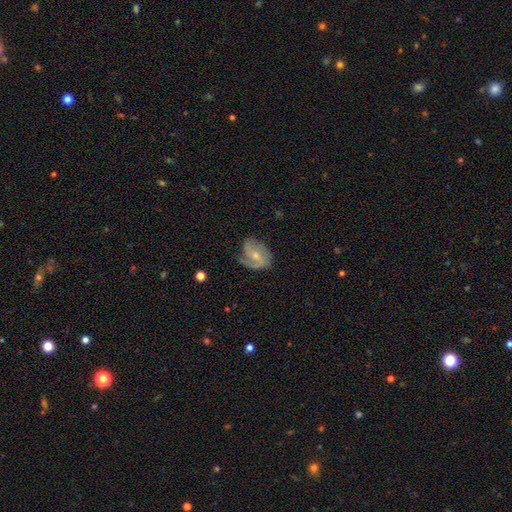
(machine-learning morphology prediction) Smooth or featured? Predicted: featured or disk (p=0.72). Edge-on disk? Predicted: no (p=0.97). Bar? Predicted: weak (p=0.46). Spiral arms? Predicted: yes (p=0.90). Spiral winding? Predicted: medium (p=0.43). Spiral arm count? Predicted: 2 (p=0.55). Bulge size? Predicted: small (p=0.52). Merging? Predicted: none (p=0.52).